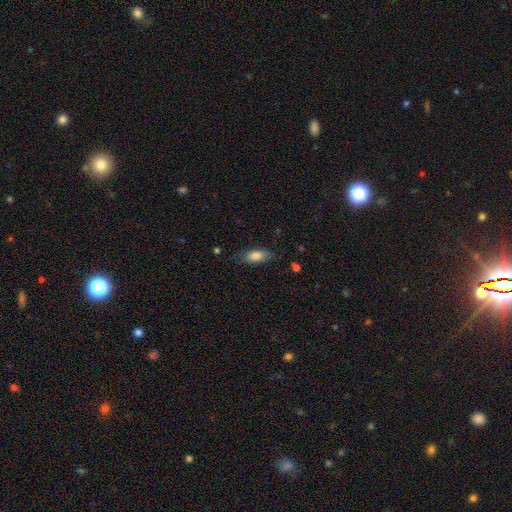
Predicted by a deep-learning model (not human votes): This appears to be a smooth galaxy with no disk features (78%) that is in between round and cigar-shaped (77%). Merging: none (71%).